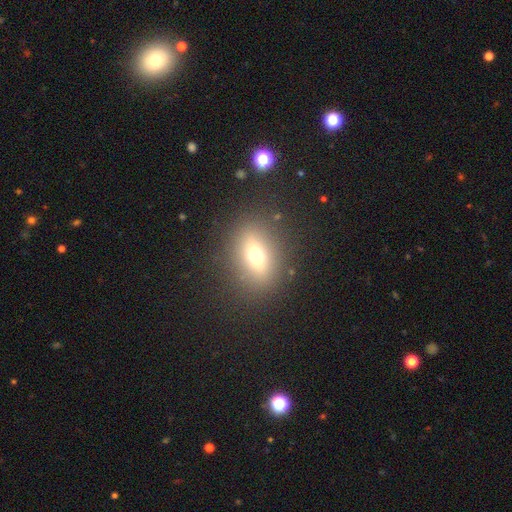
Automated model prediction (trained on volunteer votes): smooth_or_featured: smooth (p=0.58) [alt: featured or disk p=0.28]
how_rounded: in between (p=0.61) [alt: round p=0.31]
merging: none (p=0.84) [alt: minor disturbance p=0.09]